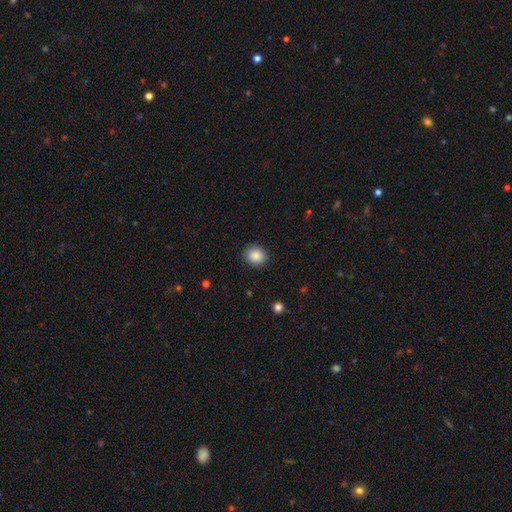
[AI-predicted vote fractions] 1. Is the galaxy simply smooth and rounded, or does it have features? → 88% smooth, 9% star or artifact, 3% featured or disk.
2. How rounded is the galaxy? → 70% round, 29% in between, 1% cigar-shaped.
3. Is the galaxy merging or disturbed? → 89% none, 7% minor disturbance, 2% major disturbance, 1% merger.